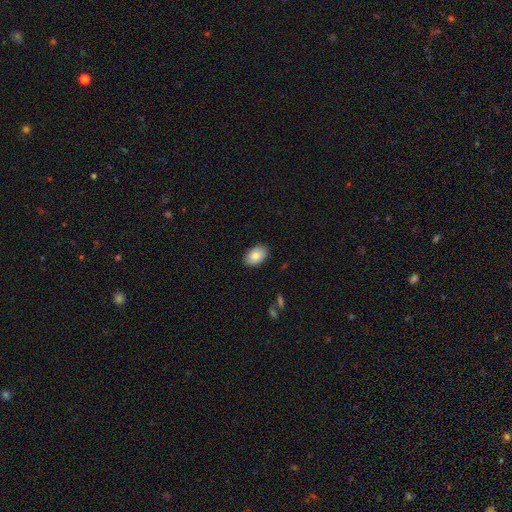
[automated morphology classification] type=smooth (84%); roundness=in between (91%); merging=none (88%).